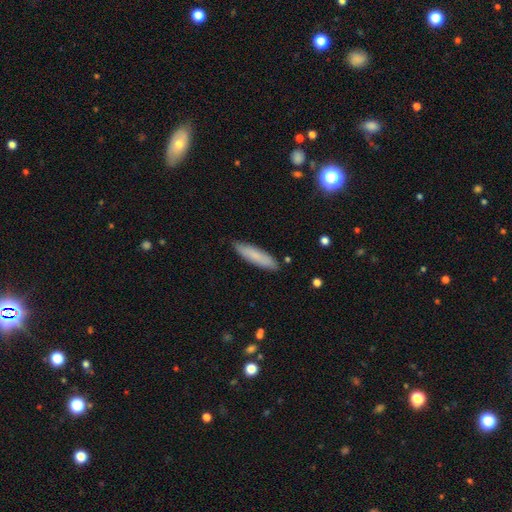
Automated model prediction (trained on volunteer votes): Smooth or featured: smooth — 78% (featured or disk — 15%)
How rounded: cigar-shaped — 76% (in between — 22%)
Merging: none — 87% (minor disturbance — 10%)